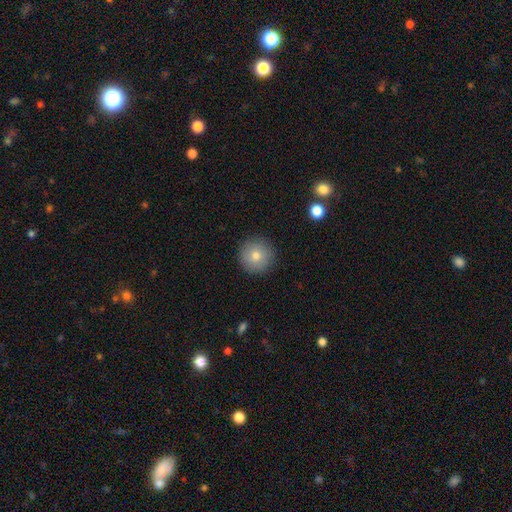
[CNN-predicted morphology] A smooth galaxy with no disk features (79%) that is round (96%).

Vote fractions:
- Smooth or featured? smooth: 79% / featured or disk: 11% / star or artifact: 10%
- How rounded? round: 96% / in between: 3% / cigar-shaped: 1%
- Merging? none: 91% / minor disturbance: 6% / major disturbance: 2% / merger: 1%